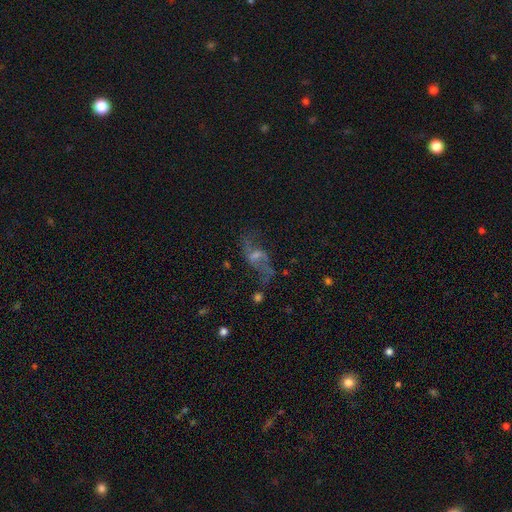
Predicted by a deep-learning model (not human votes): Smooth or featured? featured or disk (69%)
Edge-on disk? no (92%)
Bar? weak (49%)
Spiral arms? yes (81%)
Spiral winding? loose (78%)
Spiral arm count? 2 (84%)
Bulge size? small (43%)
Merging? none (55%)